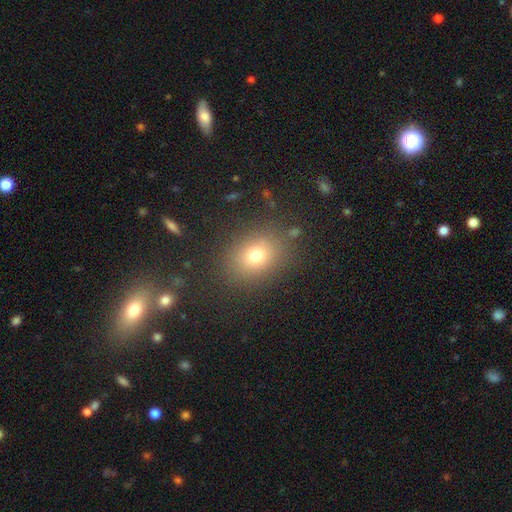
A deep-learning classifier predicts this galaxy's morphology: Smooth or featured? Predicted: smooth (p=0.74). How rounded? Predicted: in between (p=0.51). Merging? Predicted: none (p=0.84).